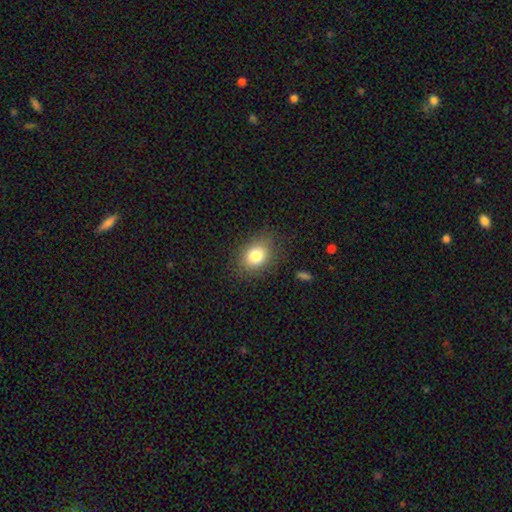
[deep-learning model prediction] smooth_or_featured: smooth (p=0.81) [alt: star or artifact p=0.10]
how_rounded: in between (p=0.57) [alt: round p=0.42]
merging: none (p=0.80) [alt: minor disturbance p=0.14]